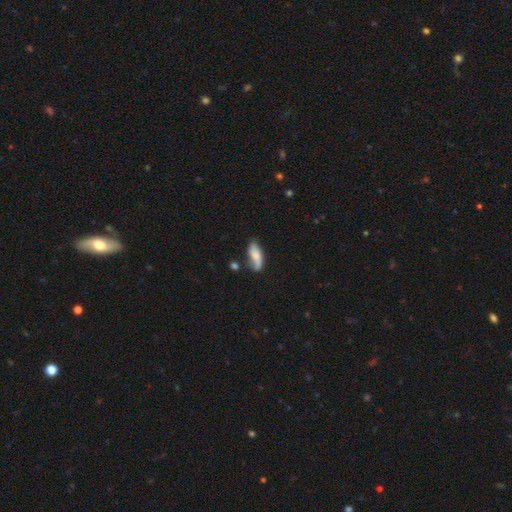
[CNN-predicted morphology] A smooth galaxy with no disk features (63%) that is in between round and cigar-shaped (76%). Merging: none (53%).